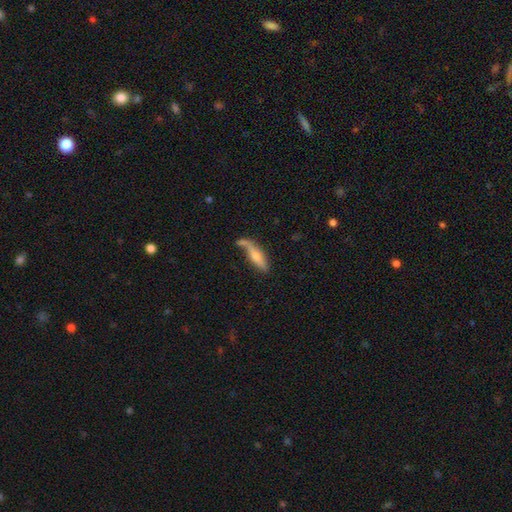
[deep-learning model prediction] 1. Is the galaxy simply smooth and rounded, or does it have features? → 53% smooth, 40% featured or disk, 7% star or artifact.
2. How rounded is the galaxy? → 68% cigar-shaped, 29% in between, 2% round.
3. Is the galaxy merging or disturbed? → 50% none, 22% minor disturbance, 18% merger, 10% major disturbance.